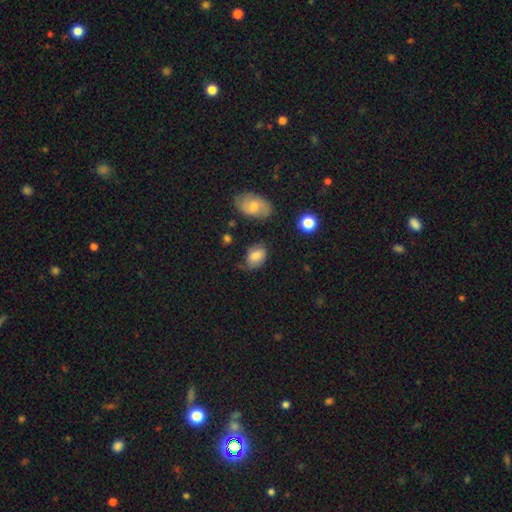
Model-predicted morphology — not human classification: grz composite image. It shows a smooth galaxy with no disk features (78%) that is in between round and cigar-shaped (83%). Merging: none (56%).